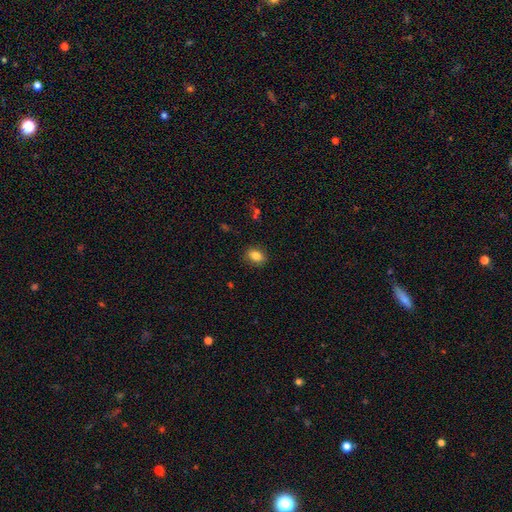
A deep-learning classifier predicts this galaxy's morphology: Smooth or featured?
  - smooth: 84% *
  - star or artifact: 9%
  - featured or disk: 7%
How rounded?
  - in between: 76% *
  - round: 22%
  - cigar-shaped: 2%
Merging?
  - none: 86% *
  - minor disturbance: 11%
  - major disturbance: 3%
  - merger: 1%